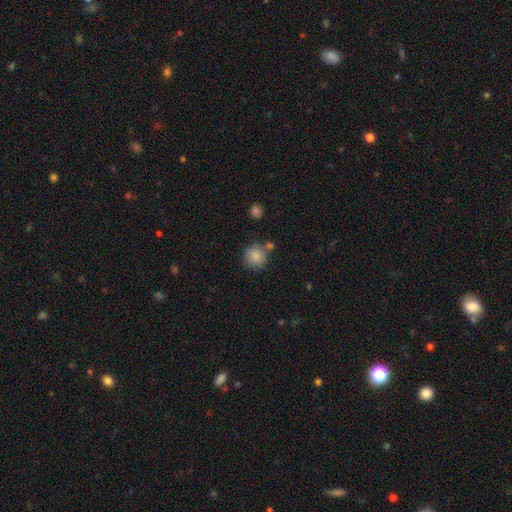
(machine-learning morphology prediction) The model was most divided on "merging": none: 70%, merger: 14%, minor disturbance: 12%, major disturbance: 4%. More confident: how rounded — round (90%); smooth or featured — smooth (86%).